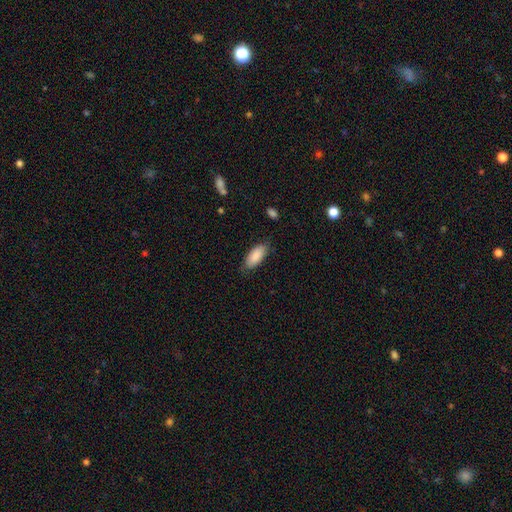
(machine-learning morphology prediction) type=smooth (88%); roundness=in between (88%); merging=none (78%).